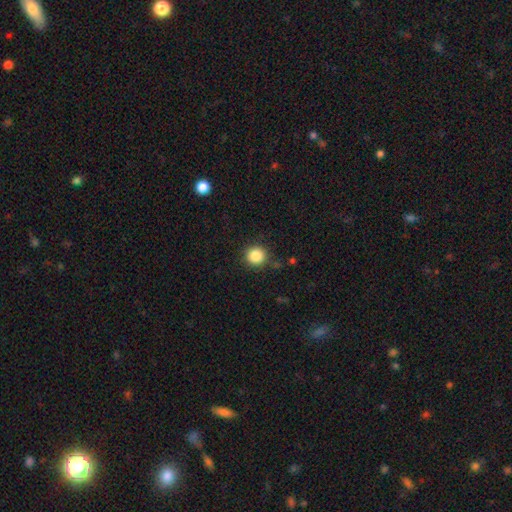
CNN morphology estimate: This is clearly a smooth galaxy (86%). How rounded: clearly round (92%). Merging: clearly none (87%).